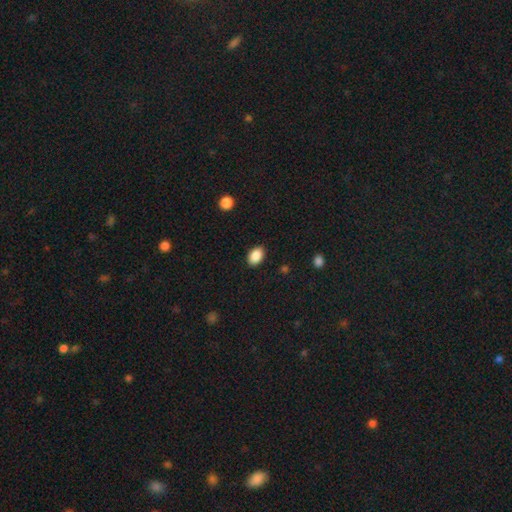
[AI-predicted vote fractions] Smooth or featured: smooth — 88% (star or artifact — 8%)
How rounded: in between — 86% (round — 13%)
Merging: none — 87% (minor disturbance — 10%)